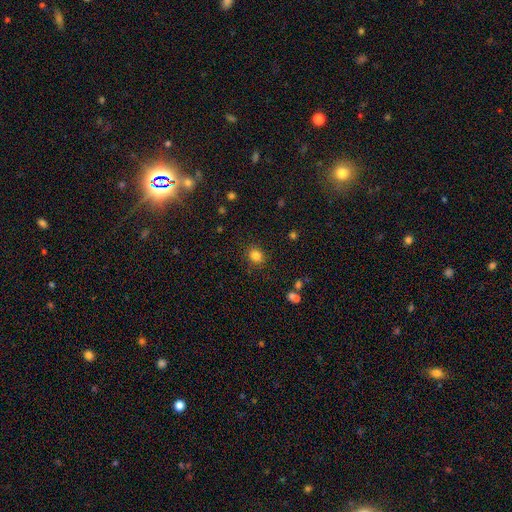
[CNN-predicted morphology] Smooth or featured: smooth — 83% (star or artifact — 12%)
How rounded: round — 78% (in between — 21%)
Merging: none — 87% (minor disturbance — 8%)